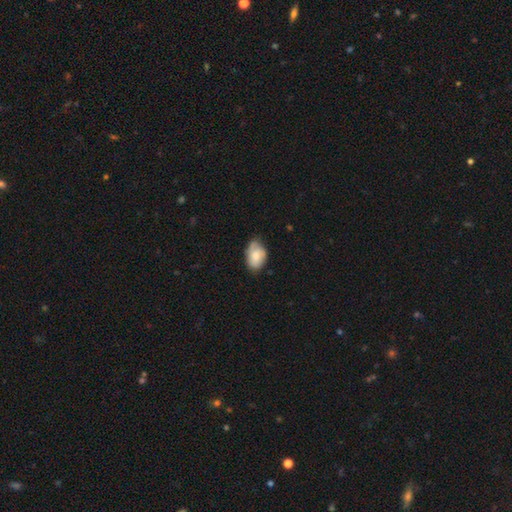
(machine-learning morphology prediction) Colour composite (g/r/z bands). It shows a smooth galaxy with no disk features (70%) that is in between round and cigar-shaped (87%). Merging: none (57%).